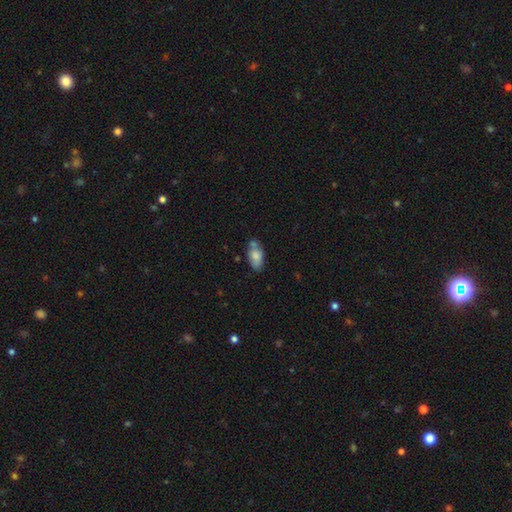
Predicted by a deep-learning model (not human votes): smooth_or_featured: smooth (p=0.76) [alt: featured or disk p=0.16]
how_rounded: in between (p=0.91) [alt: cigar-shaped p=0.05]
merging: none (p=0.52) [alt: minor disturbance p=0.22]